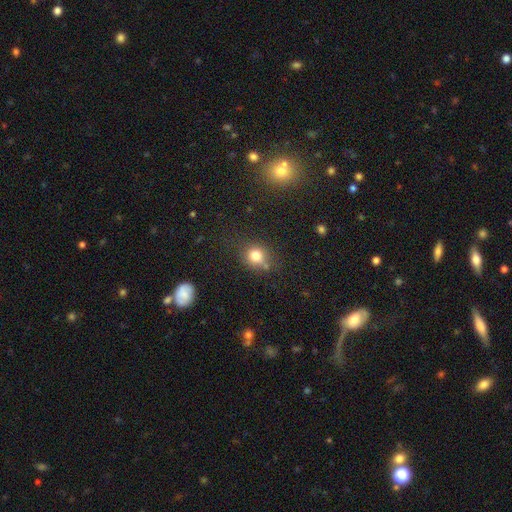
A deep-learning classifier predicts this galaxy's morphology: This appears to be a smooth galaxy with no disk features (77%) that is round (78%). Merging: none (66%).